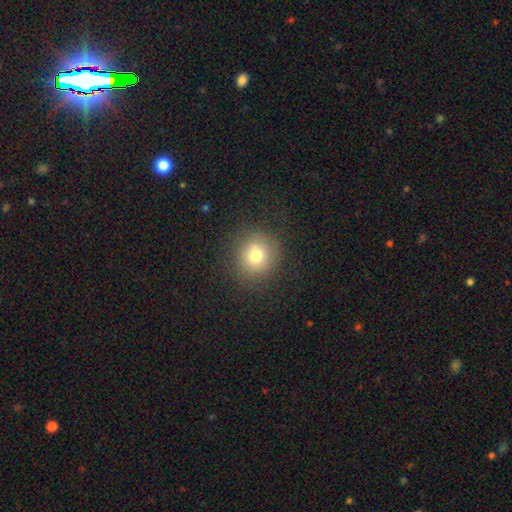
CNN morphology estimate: Smooth or featured?
  - smooth: 73% *
  - star or artifact: 15%
  - featured or disk: 12%
How rounded?
  - round: 90% *
  - in between: 9%
  - cigar-shaped: 1%
Merging?
  - none: 84% *
  - minor disturbance: 10%
  - major disturbance: 5%
  - merger: 1%